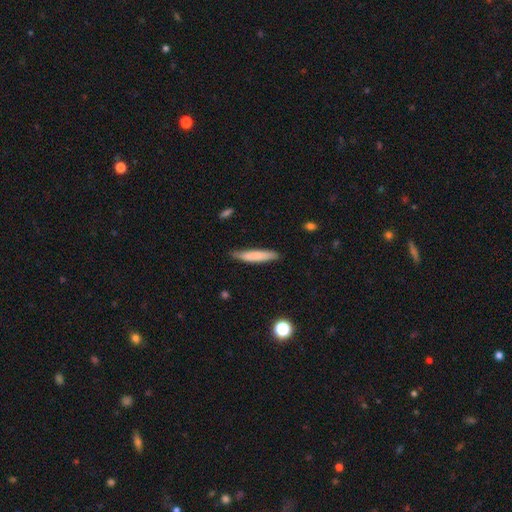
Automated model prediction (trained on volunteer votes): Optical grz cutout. It shows a smooth galaxy with no disk features (77%) that is cigar-shaped (88%). Merging: none (79%).